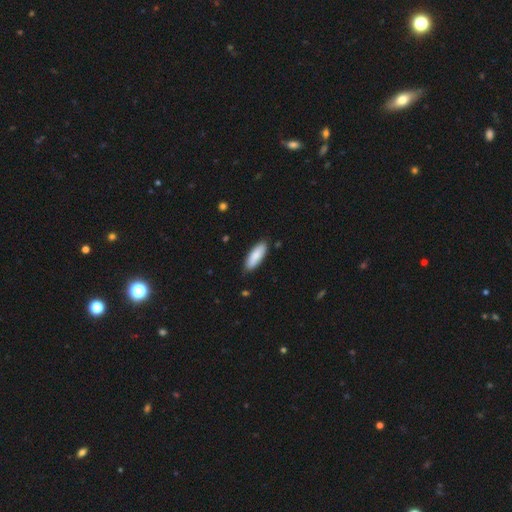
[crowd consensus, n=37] This appears to be a smooth galaxy with no disk features (78%) that is cigar-shaped (62%). Merging: none (89%).